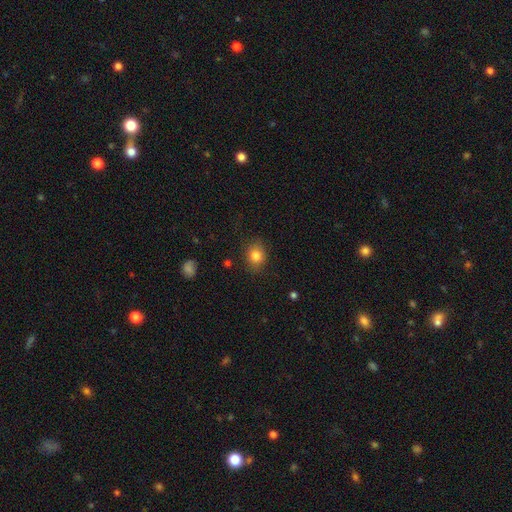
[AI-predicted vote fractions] Smooth or featured? Predicted: smooth (p=0.82). How rounded? Predicted: round (p=0.61). Merging? Predicted: none (p=0.84).